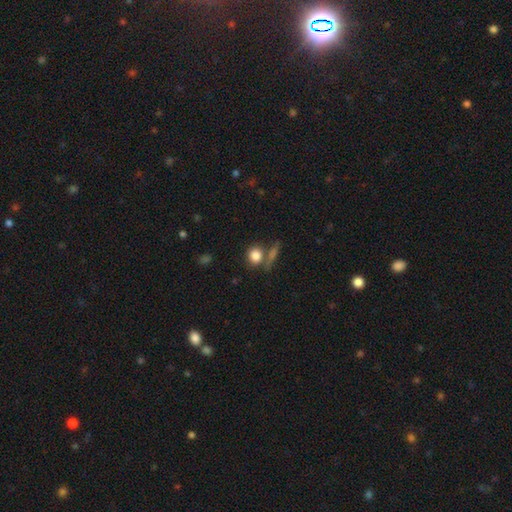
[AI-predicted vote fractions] Morphology: type=smooth (83%); roundness=round (75%); merging=none (61%).